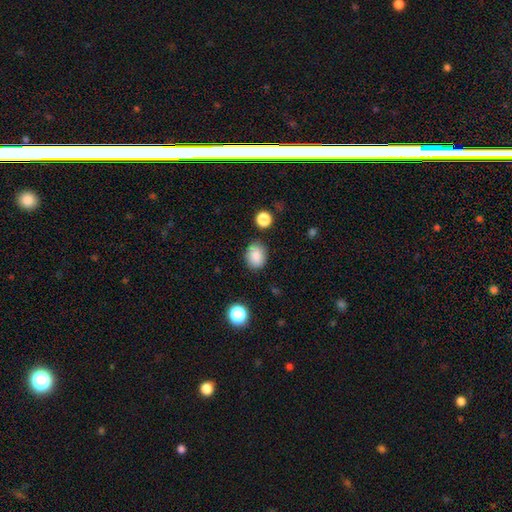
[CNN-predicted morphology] Q: Smooth or featured?
A: smooth (84%); runner-up: star or artifact (9%)
Q: How rounded?
A: round (53%); runner-up: in between (46%)
Q: Merging?
A: none (81%); runner-up: minor disturbance (13%)